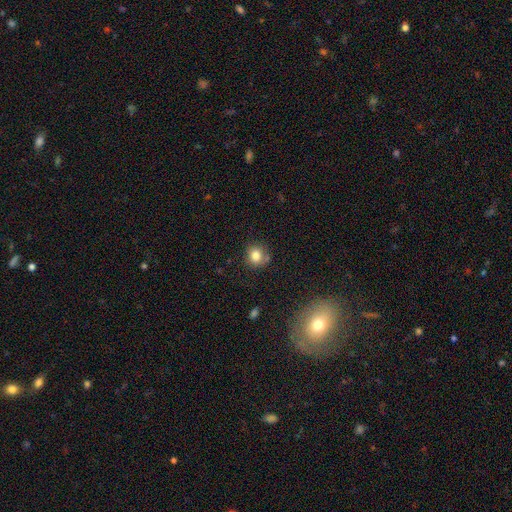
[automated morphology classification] Q: Smooth or featured?
A: smooth (81%); runner-up: star or artifact (11%)
Q: How rounded?
A: round (86%); runner-up: in between (13%)
Q: Merging?
A: none (77%); runner-up: minor disturbance (14%)